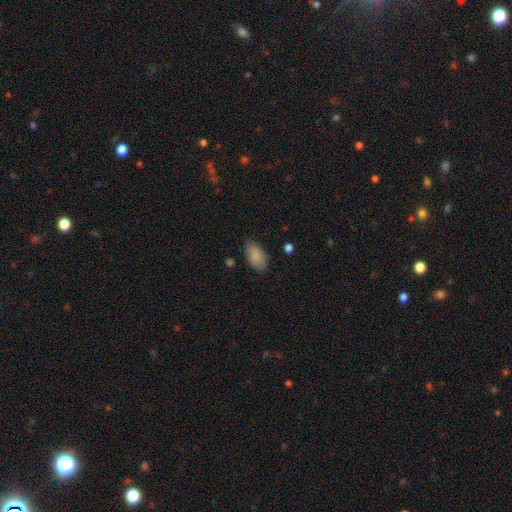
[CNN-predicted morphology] Q: Smooth or featured?
A: smooth (86%); runner-up: featured or disk (7%)
Q: How rounded?
A: in between (93%); runner-up: round (4%)
Q: Merging?
A: none (77%); runner-up: minor disturbance (18%)